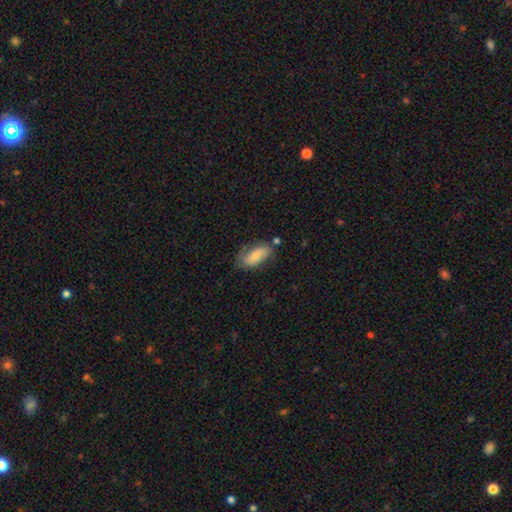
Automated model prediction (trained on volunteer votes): This is likely a smooth galaxy (69%). How rounded: clearly in between (85%). Merging: likely none (67%).